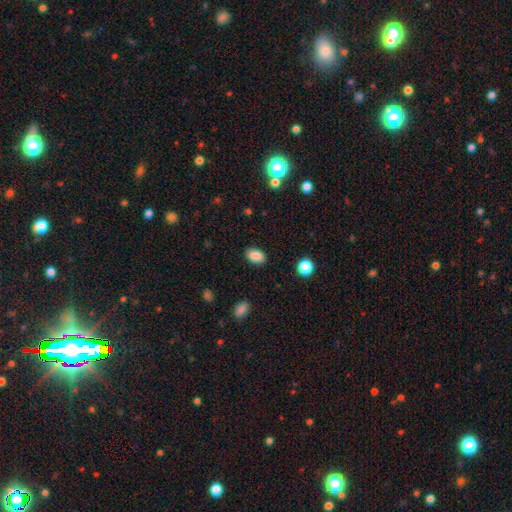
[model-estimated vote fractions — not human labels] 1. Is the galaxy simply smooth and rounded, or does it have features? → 87% smooth, 9% star or artifact, 4% featured or disk.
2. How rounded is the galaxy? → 89% in between, 10% round, 1% cigar-shaped.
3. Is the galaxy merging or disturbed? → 87% none, 9% minor disturbance, 3% major disturbance, 1% merger.